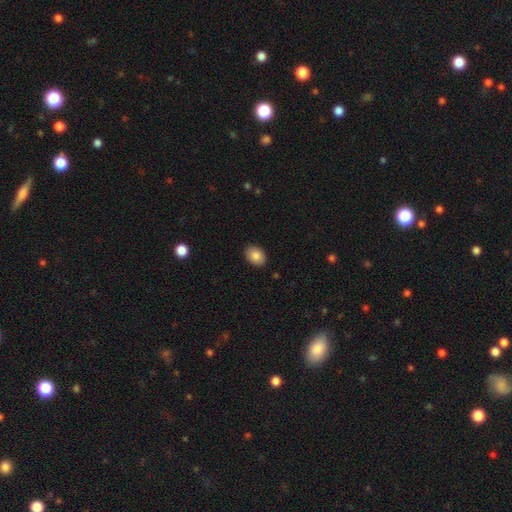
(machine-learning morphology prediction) This appears to be a smooth galaxy with no disk features (85%) that is in between round and cigar-shaped (77%). Merging: none (89%).